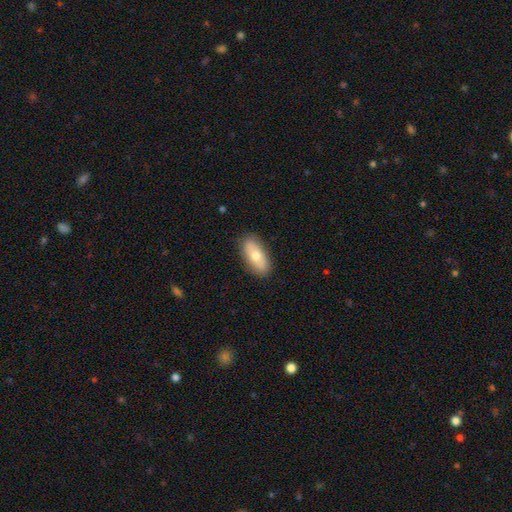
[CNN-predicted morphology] smooth 68%, featured or disk 26%, star or artifact 6%. Down the decision tree: how rounded — in between (84%); merging — none (86%).